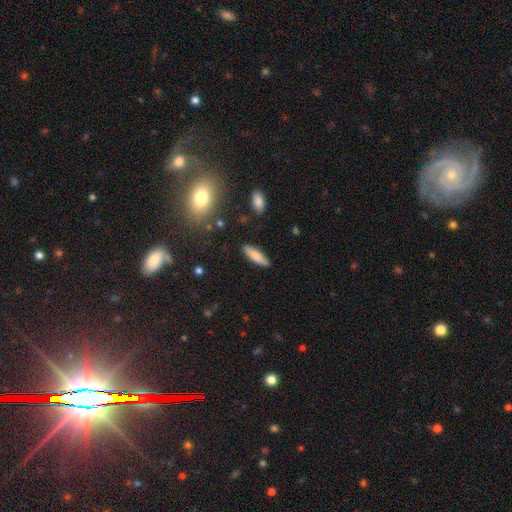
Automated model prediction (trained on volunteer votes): Overall: smooth (80%). How rounded: cigar-shaped (63%; in between 35%). Merging: none (87%).